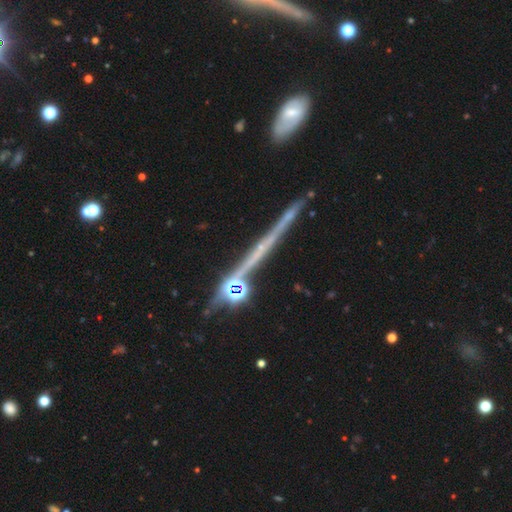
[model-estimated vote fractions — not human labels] featured or disk 60%, smooth 23%, star or artifact 17%. Down the decision tree: edge-on disk — yes (90%); edge-on bulge — none (74%); merging — none (62%).